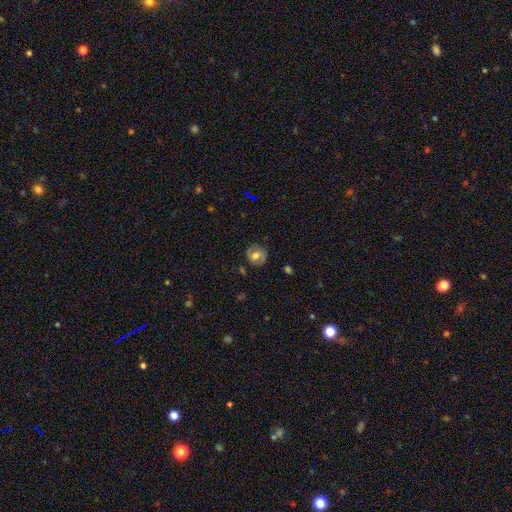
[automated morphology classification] A smooth galaxy with no disk features (53%) that is round (76%). Merging: none (79%).